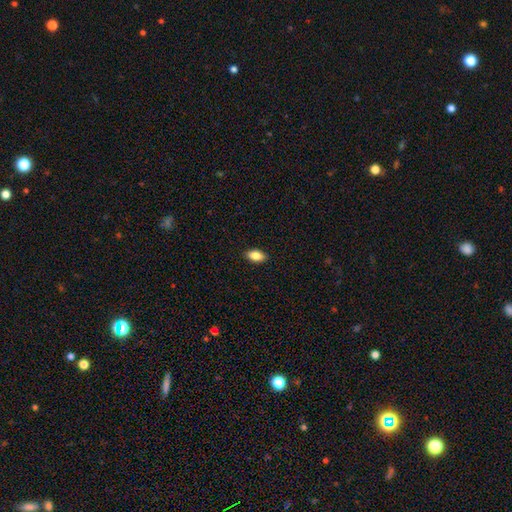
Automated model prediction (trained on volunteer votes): Overall: smooth (85%). How rounded: in between (91%). Merging: none (90%).